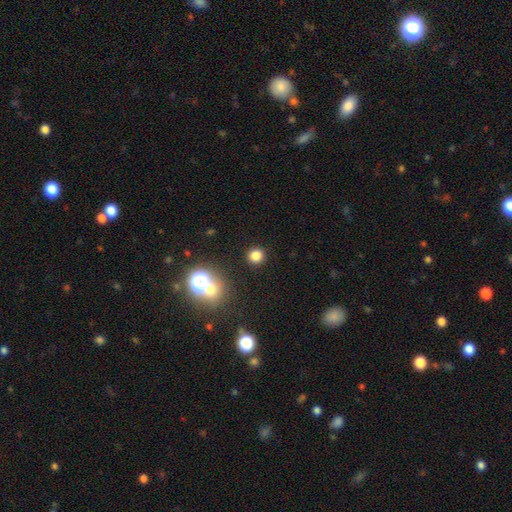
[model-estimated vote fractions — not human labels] Smooth or featured? smooth (79%)
How rounded? round (93%)
Merging? none (90%)